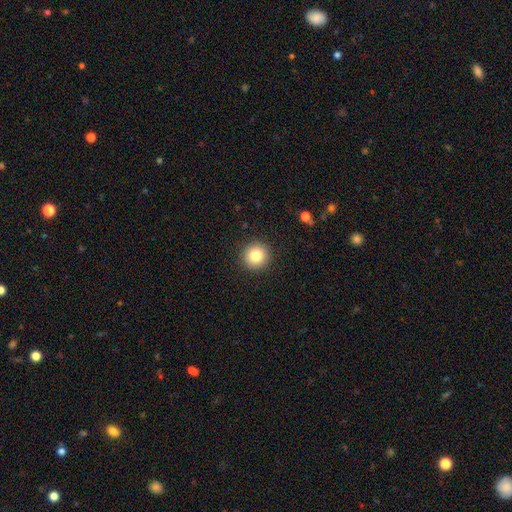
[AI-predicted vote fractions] The model was most divided on "smooth or featured": smooth: 82%, star or artifact: 10%, featured or disk: 8%. More confident: how rounded — round (95%); merging — none (92%).